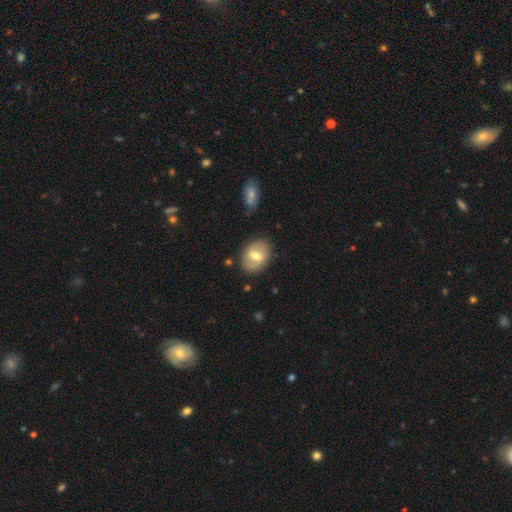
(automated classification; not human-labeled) smooth_or_featured: smooth (p=0.58) [alt: featured or disk p=0.35]
how_rounded: in between (p=0.66) [alt: round p=0.33]
merging: none (p=0.83) [alt: minor disturbance p=0.12]